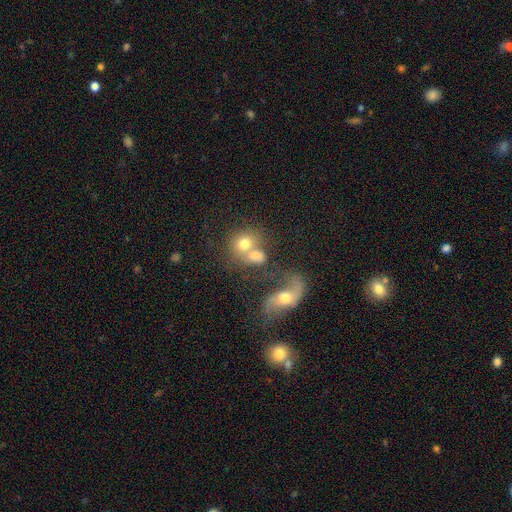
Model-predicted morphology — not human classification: Q: Smooth or featured?
A: smooth (59%); runner-up: featured or disk (30%)
Q: How rounded?
A: round (52%); runner-up: in between (46%)
Q: Merging?
A: merger (58%); runner-up: none (26%)